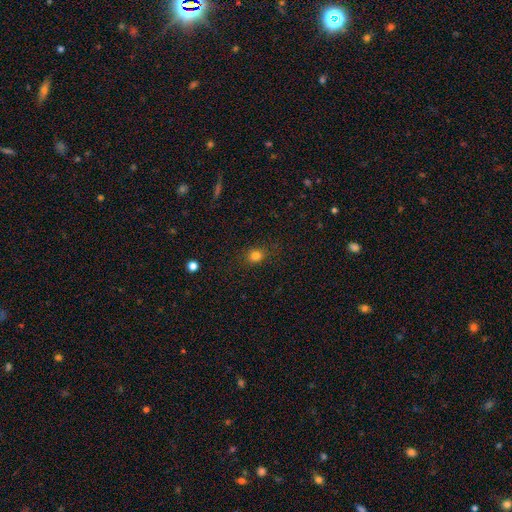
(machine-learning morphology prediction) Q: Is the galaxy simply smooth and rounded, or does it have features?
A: smooth — 80%.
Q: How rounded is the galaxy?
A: round — 72%.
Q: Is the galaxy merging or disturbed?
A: none — 85%.